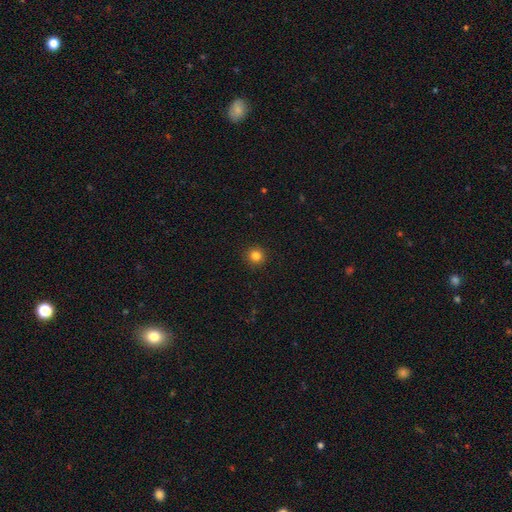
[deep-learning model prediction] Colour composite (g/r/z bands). It shows a smooth galaxy with no disk features (83%) that is round (94%). Merging: none (93%).